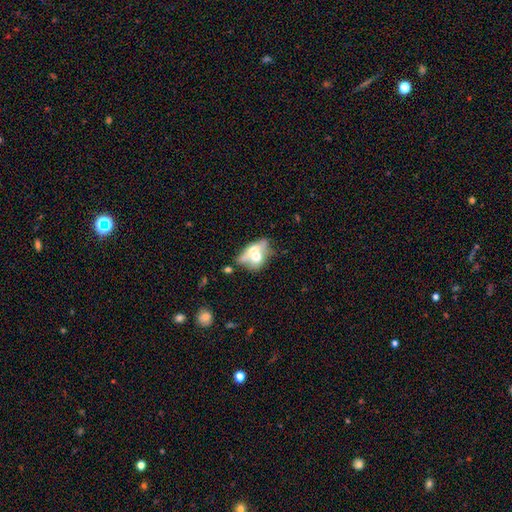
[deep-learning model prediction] This appears to be a smooth galaxy with no disk features (51%) that is in between round and cigar-shaped (64%). Merging: merger (59%).